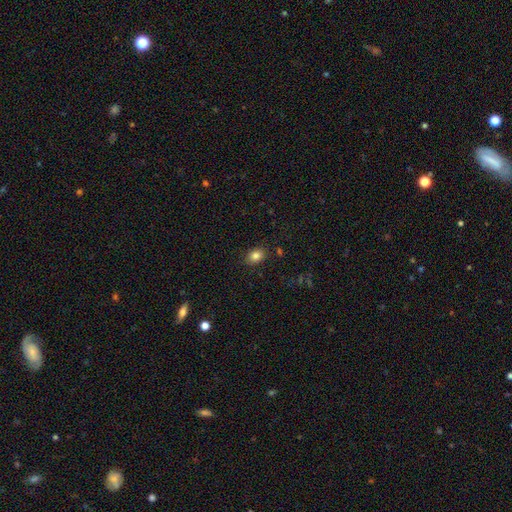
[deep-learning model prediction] smooth_or_featured: smooth (p=0.83) [alt: star or artifact p=0.10]
how_rounded: in between (p=0.64) [alt: round p=0.35]
merging: none (p=0.86) [alt: minor disturbance p=0.10]